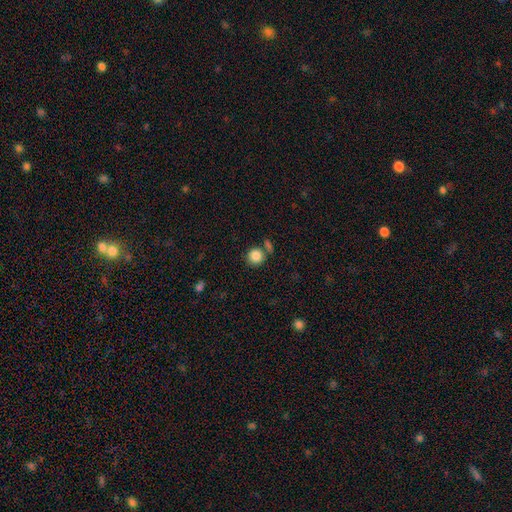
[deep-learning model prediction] Smooth or featured? smooth (85%)
How rounded? round (90%)
Merging? none (72%)